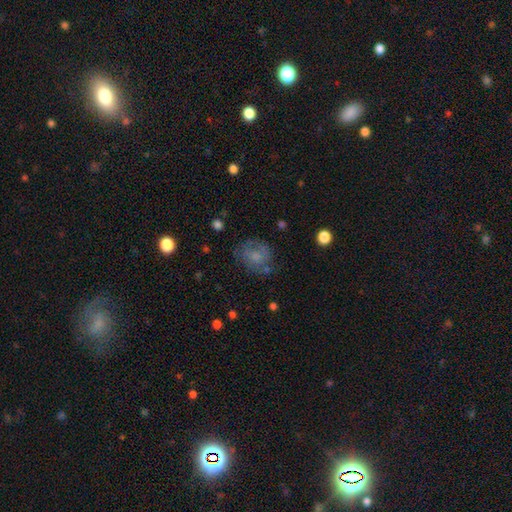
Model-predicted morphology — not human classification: smooth-or-featured: smooth: 61% | featured or disk: 28% | star or artifact: 12%
  how-rounded: round: 64% | in between: 35% | cigar-shaped: 1%
  merging: none: 59% | minor disturbance: 23% | major disturbance: 15% | merger: 3%